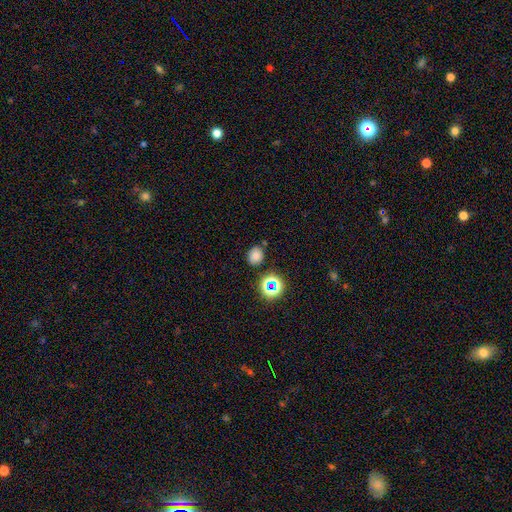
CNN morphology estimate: A smooth galaxy with no disk features (75%) that is round (65%).

Vote fractions:
- Smooth or featured? smooth: 75% / star or artifact: 19% / featured or disk: 6%
- How rounded? round: 65% / in between: 34% / cigar-shaped: 1%
- Merging? none: 81% / minor disturbance: 11% / merger: 5% / major disturbance: 3%